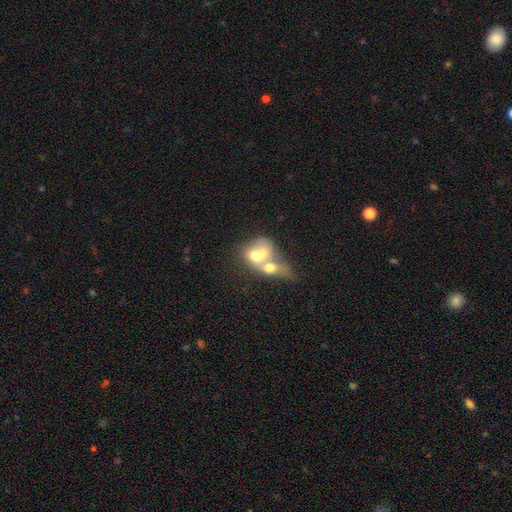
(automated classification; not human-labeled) Morphology: type=smooth (54%); roundness=round (49%, tied with in between); merging=merger (80%).